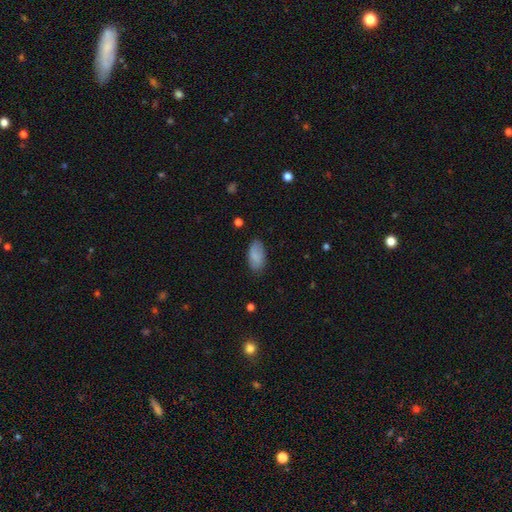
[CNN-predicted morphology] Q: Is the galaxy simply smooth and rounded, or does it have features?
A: smooth — 83%.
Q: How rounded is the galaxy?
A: in between — 94%.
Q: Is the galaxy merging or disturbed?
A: none — 78%.